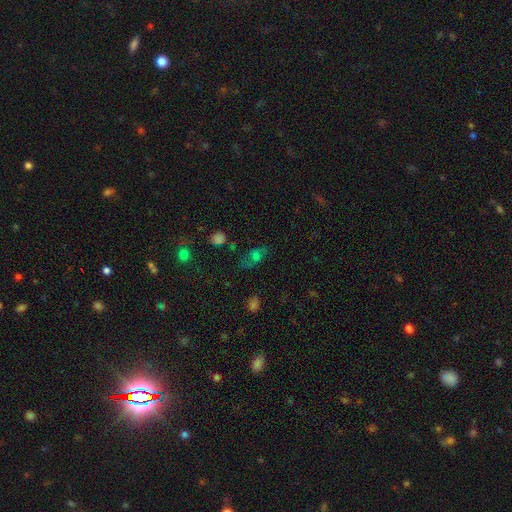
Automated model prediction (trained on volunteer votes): smooth 48%, star or artifact 28%, featured or disk 24%. Down the decision tree: merging — none (61%).